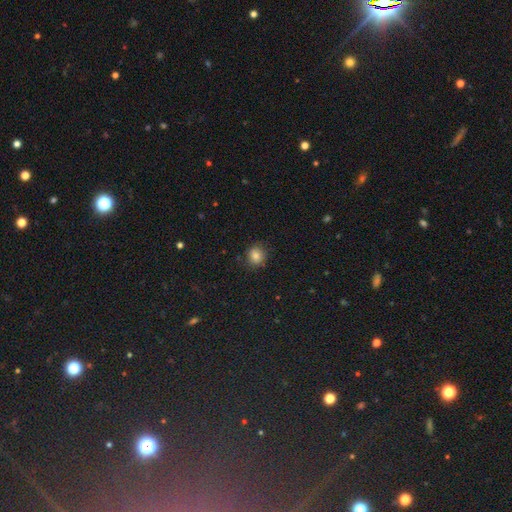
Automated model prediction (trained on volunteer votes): smooth-or-featured: smooth: 81% | star or artifact: 12% | featured or disk: 7%
  how-rounded: round: 77% | in between: 22% | cigar-shaped: 1%
  merging: none: 80% | minor disturbance: 14% | major disturbance: 4% | merger: 1%